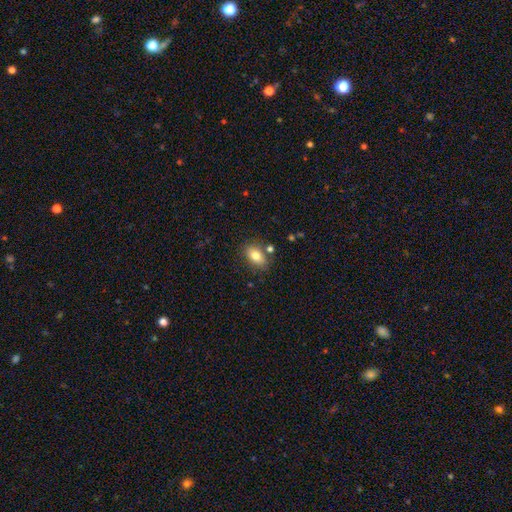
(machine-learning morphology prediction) smooth-or-featured: smooth: 79% | featured or disk: 13% | star or artifact: 8%
  how-rounded: in between: 86% | round: 11% | cigar-shaped: 3%
  merging: none: 76% | minor disturbance: 13% | merger: 8% | major disturbance: 3%